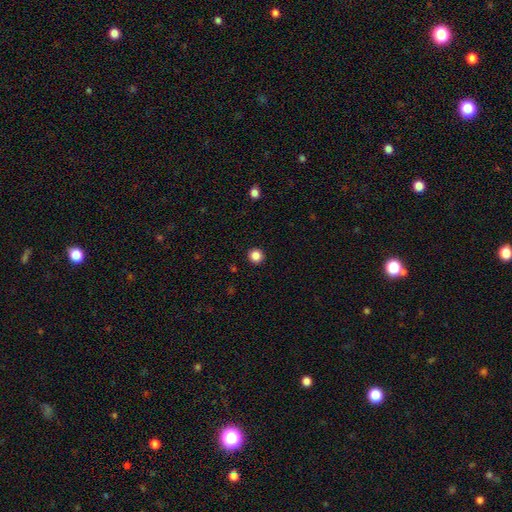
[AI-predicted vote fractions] Q: Smooth or featured?
A: smooth (86%); runner-up: star or artifact (11%)
Q: How rounded?
A: round (94%); runner-up: in between (5%)
Q: Merging?
A: none (93%); runner-up: minor disturbance (4%)